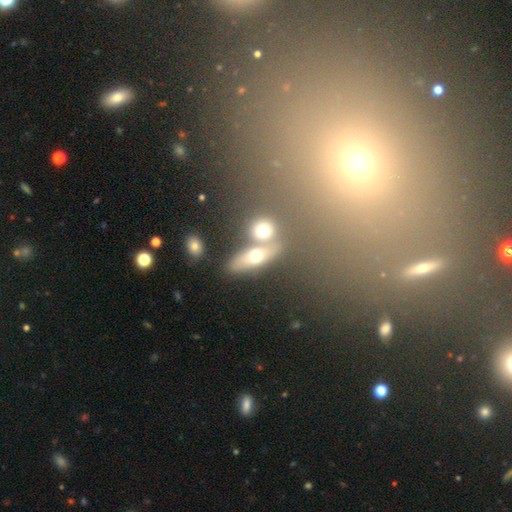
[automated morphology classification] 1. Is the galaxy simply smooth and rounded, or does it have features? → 56% smooth, 32% featured or disk, 12% star or artifact.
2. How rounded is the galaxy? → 54% in between, 29% cigar-shaped, 17% round.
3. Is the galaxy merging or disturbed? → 56% none, 29% merger, 10% minor disturbance, 5% major disturbance.